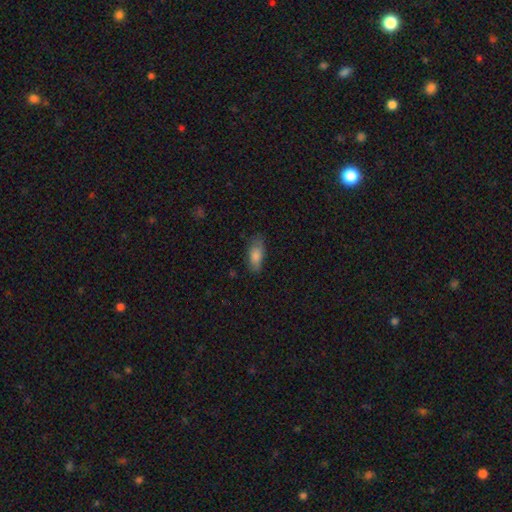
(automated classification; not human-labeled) Q: Smooth or featured?
A: smooth (81%); runner-up: featured or disk (11%)
Q: How rounded?
A: in between (78%); runner-up: cigar-shaped (19%)
Q: Merging?
A: none (74%); runner-up: minor disturbance (21%)